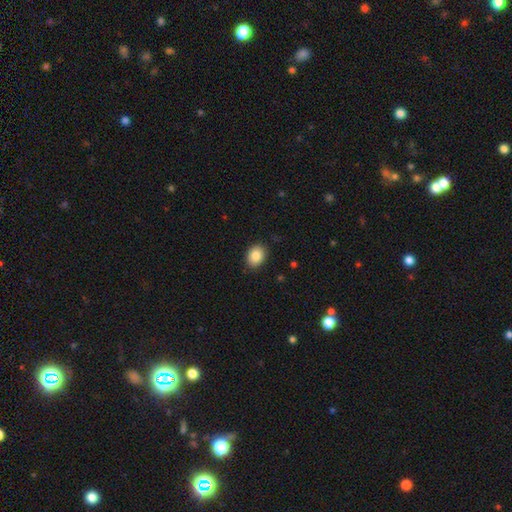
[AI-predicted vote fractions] This appears to be a smooth galaxy with no disk features (86%) that is in between round and cigar-shaped (66%). Merging: none (88%).